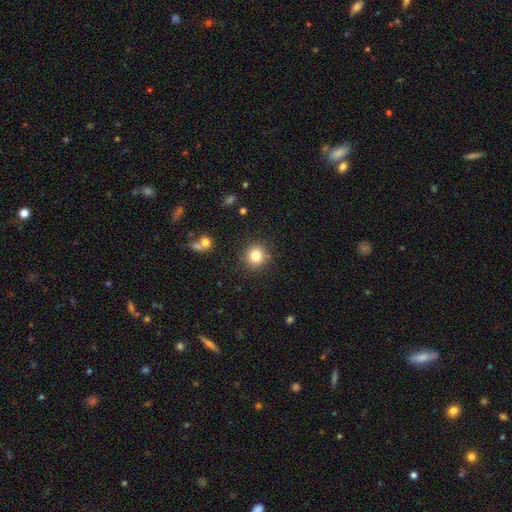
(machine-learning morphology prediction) smooth_or_featured: smooth (p=0.81) [alt: star or artifact p=0.12]
how_rounded: round (p=0.90) [alt: in between p=0.09]
merging: none (p=0.87) [alt: minor disturbance p=0.08]